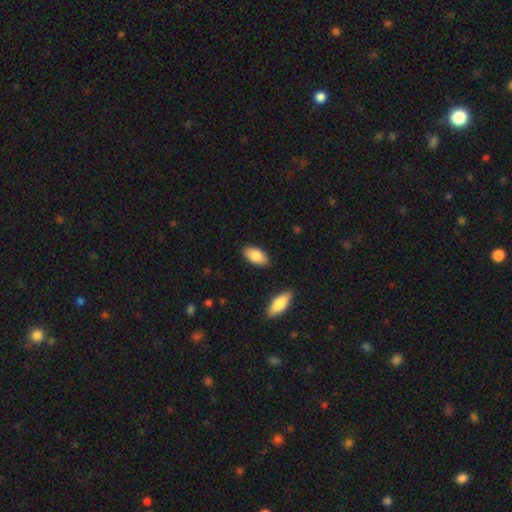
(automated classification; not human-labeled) This is clearly a smooth galaxy (84%). How rounded: clearly in between (92%). Merging: clearly none (87%).